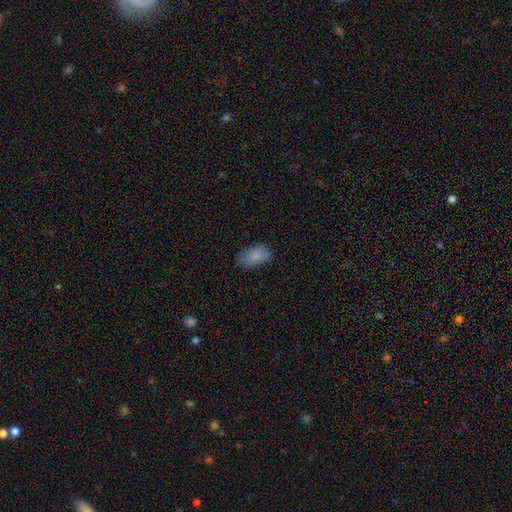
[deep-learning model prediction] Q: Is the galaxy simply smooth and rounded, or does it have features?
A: smooth — 85%.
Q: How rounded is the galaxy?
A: in between — 92%.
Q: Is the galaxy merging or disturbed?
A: none — 74%.